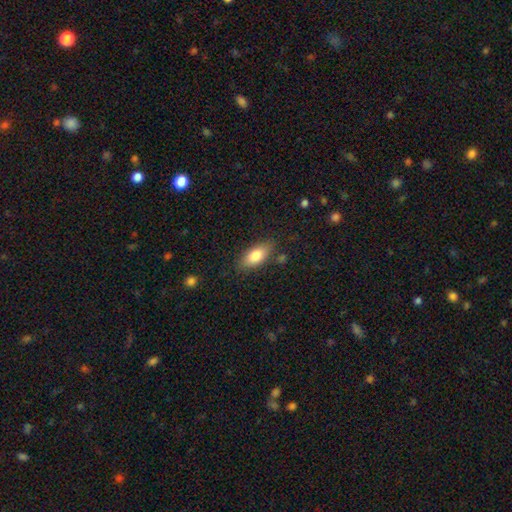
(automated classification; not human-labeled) smooth_or_featured: smooth (p=0.80) [alt: featured or disk p=0.13]
how_rounded: in between (p=0.85) [alt: cigar-shaped p=0.12]
merging: none (p=0.81) [alt: minor disturbance p=0.14]